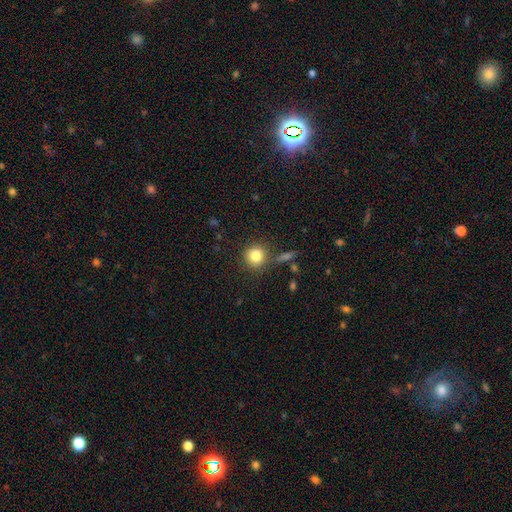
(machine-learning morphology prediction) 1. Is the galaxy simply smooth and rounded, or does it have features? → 82% smooth, 10% star or artifact, 7% featured or disk.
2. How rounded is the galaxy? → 90% round, 9% in between, 1% cigar-shaped.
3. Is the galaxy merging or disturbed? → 80% none, 10% minor disturbance, 6% merger, 4% major disturbance.